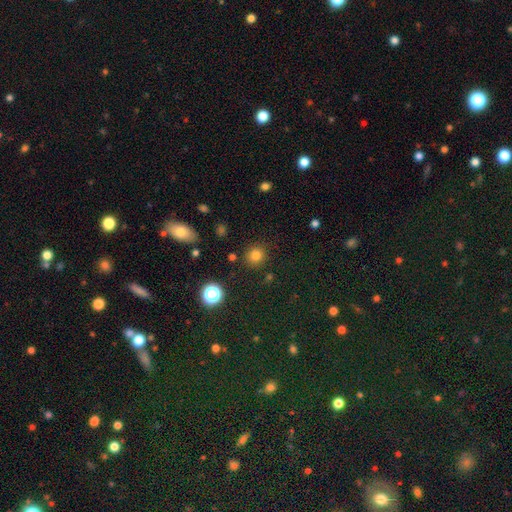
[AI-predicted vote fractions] Morphology: type=smooth (79%); roundness=round (90%); merging=none (86%).